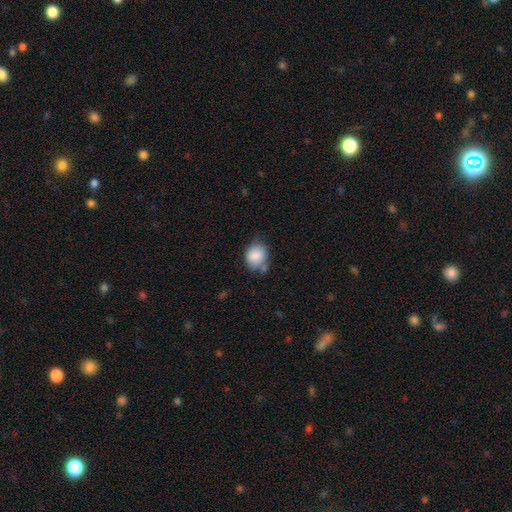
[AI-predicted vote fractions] Smooth or featured?
  - smooth: 84% *
  - featured or disk: 8%
  - star or artifact: 7%
How rounded?
  - round: 50% *
  - in between: 49%
  - cigar-shaped: 1%
Merging?
  - none: 47% *
  - minor disturbance: 33%
  - merger: 10%
  - major disturbance: 9%